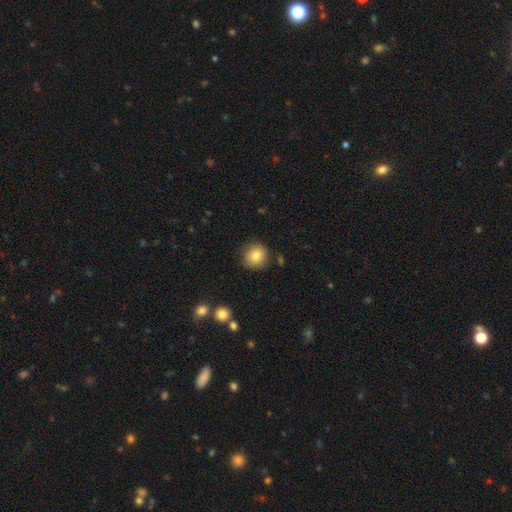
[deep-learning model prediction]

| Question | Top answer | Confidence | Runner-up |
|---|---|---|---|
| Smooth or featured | smooth | 82% | star or artifact (9%) |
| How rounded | round | 89% | in between (10%) |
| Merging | none | 84% | minor disturbance (12%) |